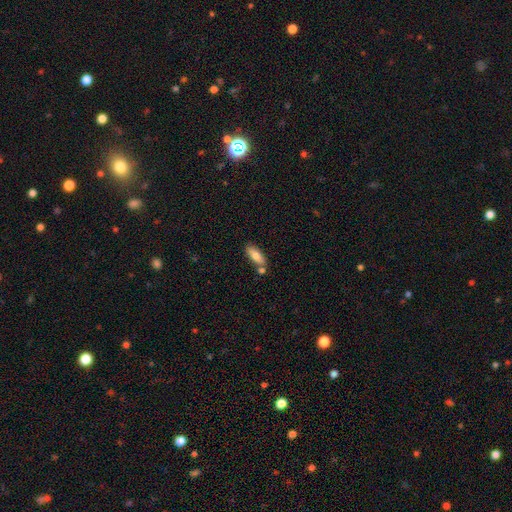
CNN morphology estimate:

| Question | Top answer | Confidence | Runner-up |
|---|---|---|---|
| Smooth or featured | smooth | 76% | featured or disk (17%) |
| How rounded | in between | 69% | cigar-shaped (28%) |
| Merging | none | 71% | merger (14%) |